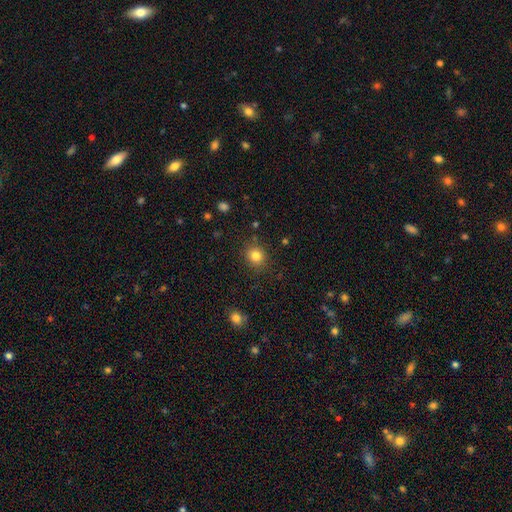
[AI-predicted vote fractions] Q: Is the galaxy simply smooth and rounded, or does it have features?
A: smooth — 82%.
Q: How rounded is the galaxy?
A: round — 78%.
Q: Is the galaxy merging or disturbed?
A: none — 86%.